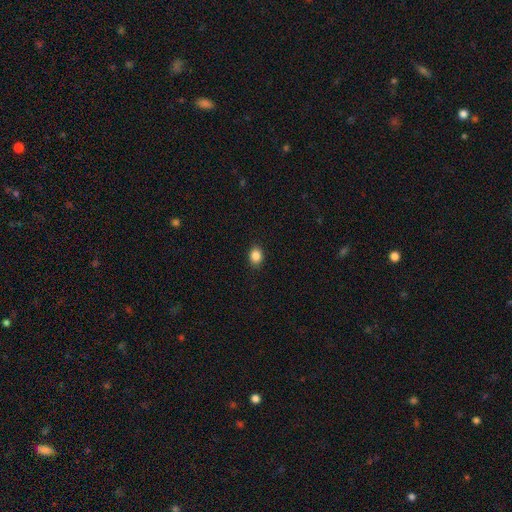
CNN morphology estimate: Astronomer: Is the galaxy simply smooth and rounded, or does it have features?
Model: smooth — 86%.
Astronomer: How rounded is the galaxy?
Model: in between — 52% (runner-up: round, 47%).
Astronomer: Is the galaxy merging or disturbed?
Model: none — 90%.